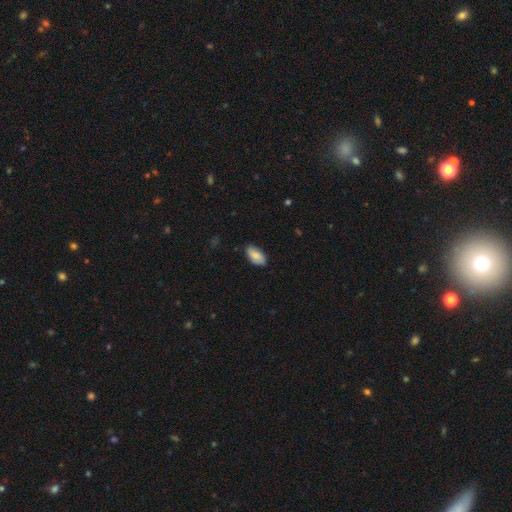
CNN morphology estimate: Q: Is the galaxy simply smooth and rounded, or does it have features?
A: smooth — 83%.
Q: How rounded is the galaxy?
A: in between — 95%.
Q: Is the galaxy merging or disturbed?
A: none — 84%.